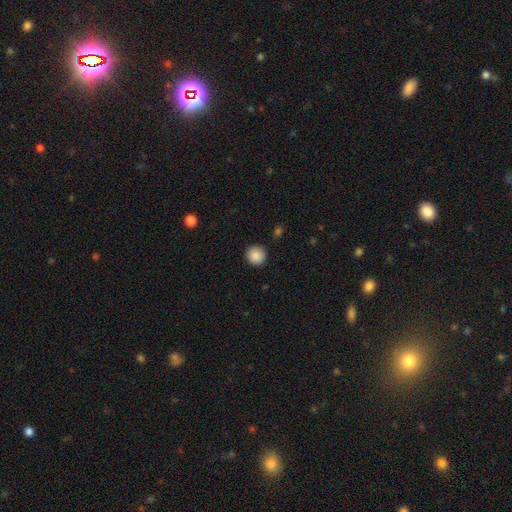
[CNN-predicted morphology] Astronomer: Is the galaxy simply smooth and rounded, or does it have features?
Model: smooth — 88%.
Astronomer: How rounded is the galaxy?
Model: round — 93%.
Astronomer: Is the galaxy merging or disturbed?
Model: none — 90%.